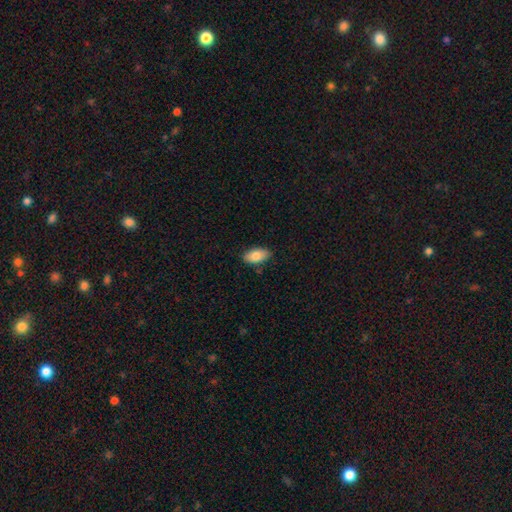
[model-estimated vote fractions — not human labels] Smooth or featured: smooth — 83% (featured or disk — 11%)
How rounded: in between — 93% (round — 4%)
Merging: none — 82% (minor disturbance — 14%)